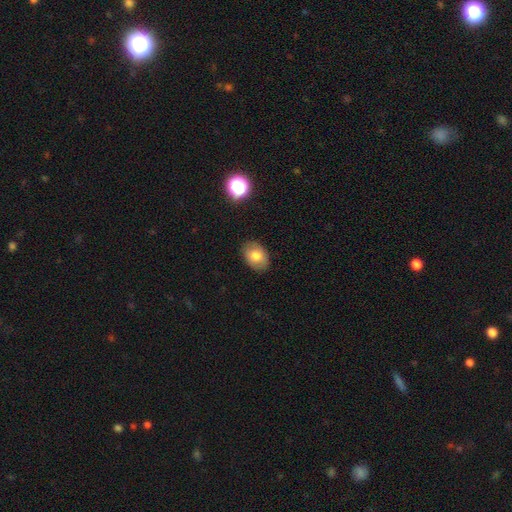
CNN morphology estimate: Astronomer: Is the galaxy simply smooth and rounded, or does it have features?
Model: smooth — 78%.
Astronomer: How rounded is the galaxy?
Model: in between — 77%.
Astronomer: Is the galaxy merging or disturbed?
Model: none — 84%.